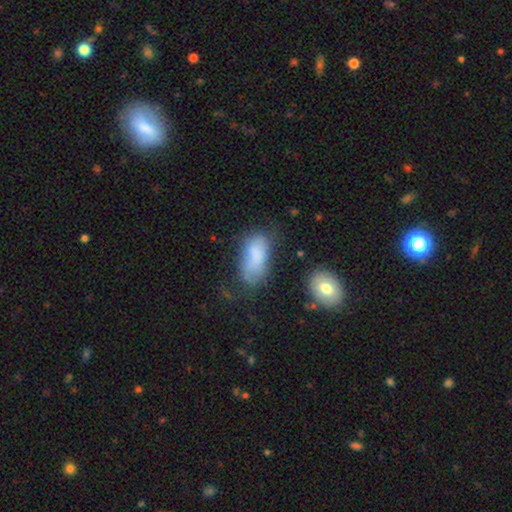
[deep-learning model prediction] A smooth galaxy with no disk features (73%) that is in between round and cigar-shaped (92%).

Vote fractions:
- Smooth or featured? smooth: 73% / featured or disk: 18% / star or artifact: 9%
- How rounded? in between: 92% / cigar-shaped: 5% / round: 4%
- Merging? none: 38% / minor disturbance: 31% / major disturbance: 23% / merger: 9%